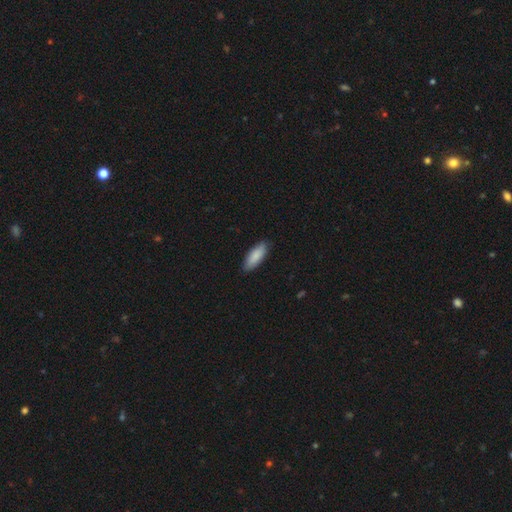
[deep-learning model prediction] Q: Smooth or featured?
A: smooth (86%); runner-up: featured or disk (9%)
Q: How rounded?
A: in between (70%); runner-up: cigar-shaped (29%)
Q: Merging?
A: none (86%); runner-up: minor disturbance (11%)